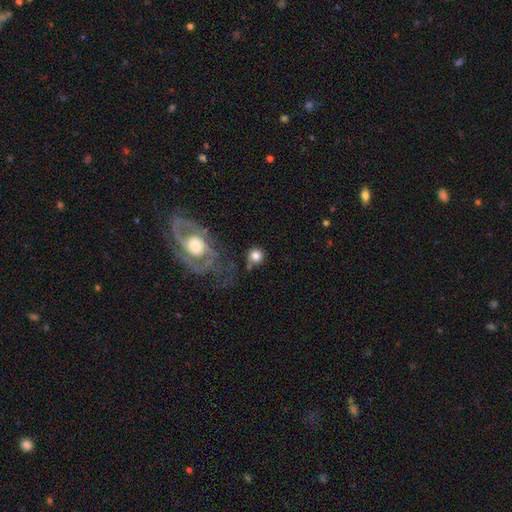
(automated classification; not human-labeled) Q: Smooth or featured?
A: smooth (74%); runner-up: featured or disk (17%)
Q: How rounded?
A: round (87%); runner-up: in between (12%)
Q: Merging?
A: none (63%); runner-up: minor disturbance (15%)